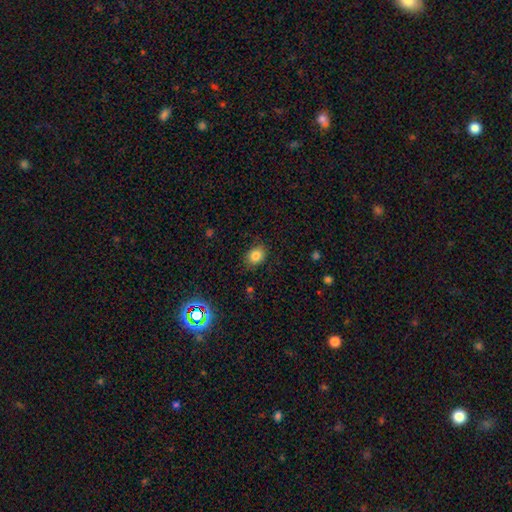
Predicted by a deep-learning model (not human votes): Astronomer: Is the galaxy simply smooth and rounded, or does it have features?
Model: smooth — 82%.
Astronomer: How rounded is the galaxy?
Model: round — 52% (runner-up: in between, 47%).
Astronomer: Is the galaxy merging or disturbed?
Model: none — 83%.